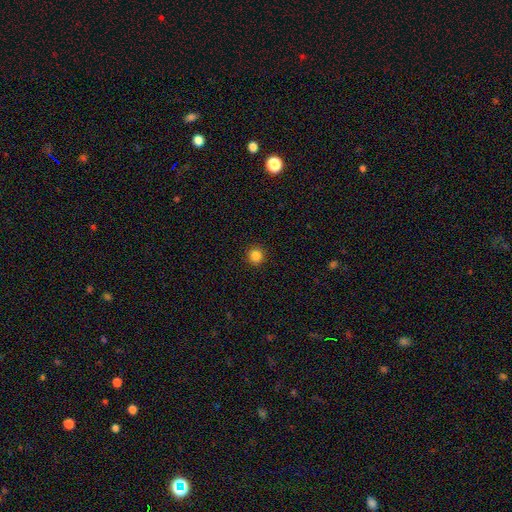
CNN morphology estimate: type=smooth (85%); roundness=round (90%); merging=none (91%).